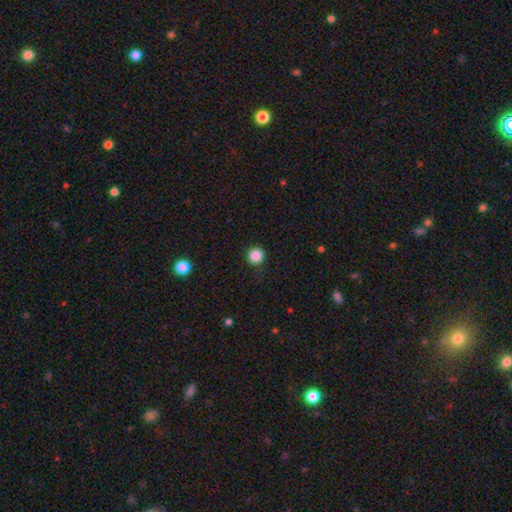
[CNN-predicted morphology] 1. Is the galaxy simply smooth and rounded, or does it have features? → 86% smooth, 11% star or artifact, 3% featured or disk.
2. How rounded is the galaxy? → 94% round, 5% in between, 1% cigar-shaped.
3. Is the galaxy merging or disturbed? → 89% none, 7% minor disturbance, 2% major disturbance, 1% merger.